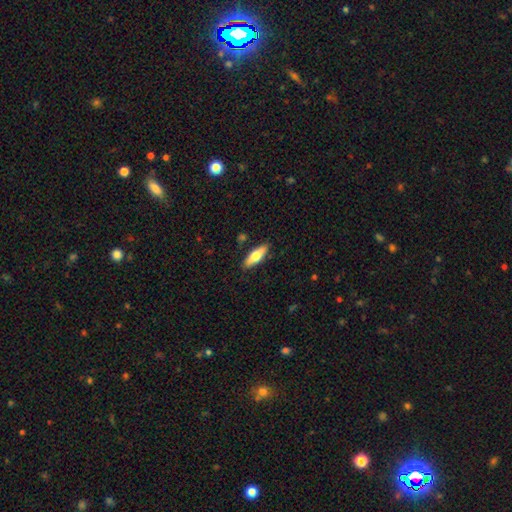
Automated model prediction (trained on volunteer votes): smooth_or_featured: smooth (p=0.63) [alt: featured or disk p=0.31]
how_rounded: in between (p=0.49) [tied with: cigar-shaped p=0.49]
merging: none (p=0.86) [alt: minor disturbance p=0.10]